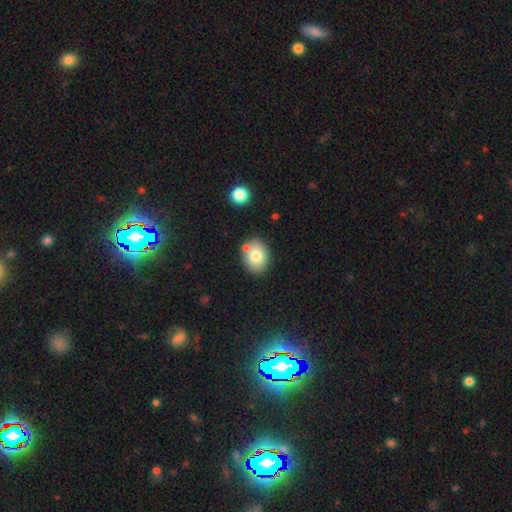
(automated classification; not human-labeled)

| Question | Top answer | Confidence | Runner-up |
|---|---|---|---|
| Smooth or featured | smooth | 77% | featured or disk (14%) |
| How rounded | in between | 60% | round (39%) |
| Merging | none | 72% | minor disturbance (13%) |